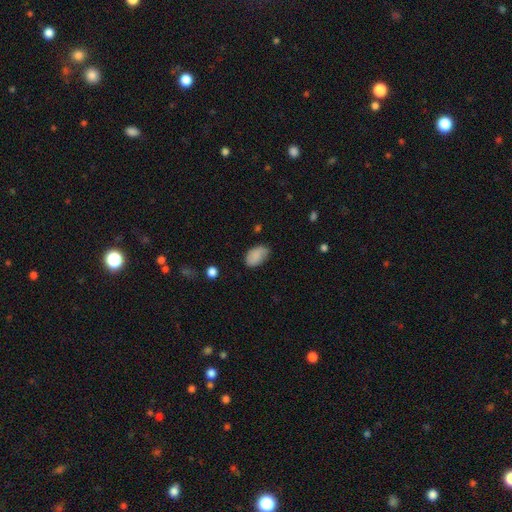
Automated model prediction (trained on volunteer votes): Smooth or featured? smooth (85%)
How rounded? in between (92%)
Merging? none (73%)